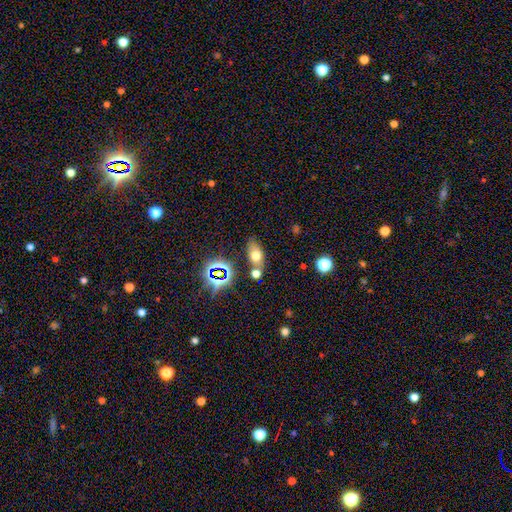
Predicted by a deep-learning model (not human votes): A smooth galaxy with no disk features (61%) that is in between round and cigar-shaped (80%).

Vote fractions:
- Smooth or featured? smooth: 61% / star or artifact: 21% / featured or disk: 18%
- How rounded? in between: 80% / round: 14% / cigar-shaped: 6%
- Merging? none: 67% / merger: 15% / minor disturbance: 13% / major disturbance: 5%